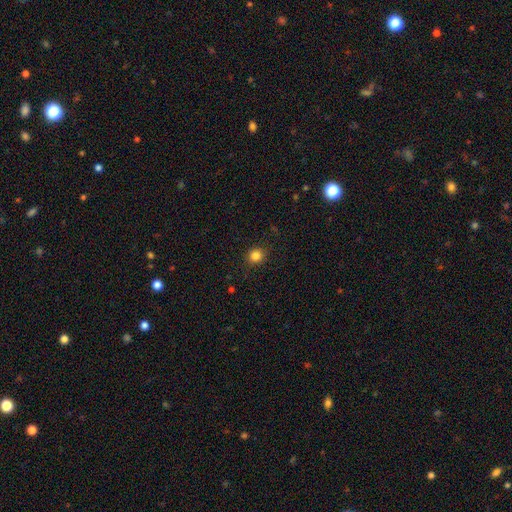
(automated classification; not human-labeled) smooth_or_featured: smooth (p=0.83) [alt: star or artifact p=0.12]
how_rounded: round (p=0.83) [alt: in between p=0.16]
merging: none (p=0.89) [alt: minor disturbance p=0.08]